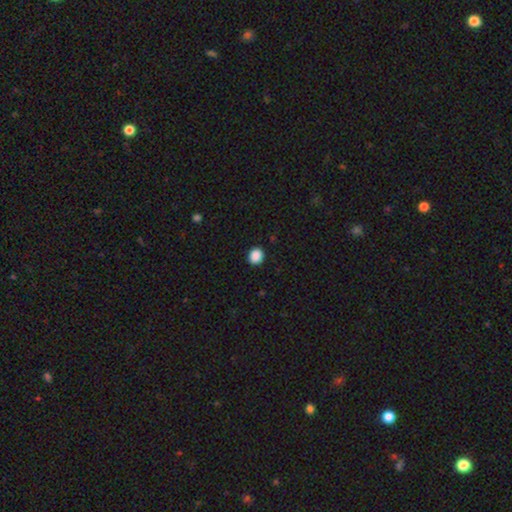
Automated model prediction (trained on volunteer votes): smooth_or_featured: smooth (p=0.89) [alt: star or artifact p=0.09]
how_rounded: round (p=0.75) [alt: in between p=0.24]
merging: none (p=0.91) [alt: minor disturbance p=0.06]